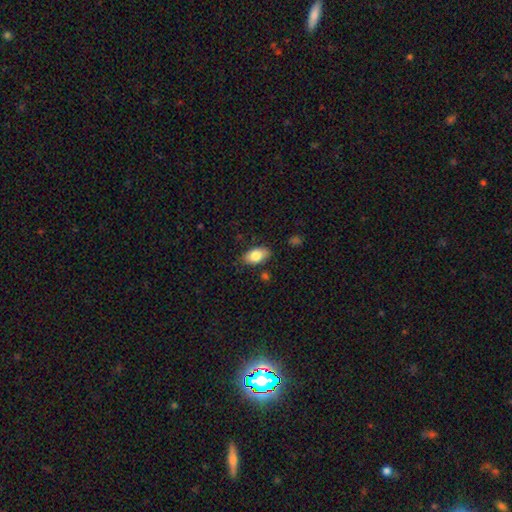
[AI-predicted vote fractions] This appears to be a smooth galaxy with no disk features (82%) that is in between round and cigar-shaped (91%). Merging: none (82%).